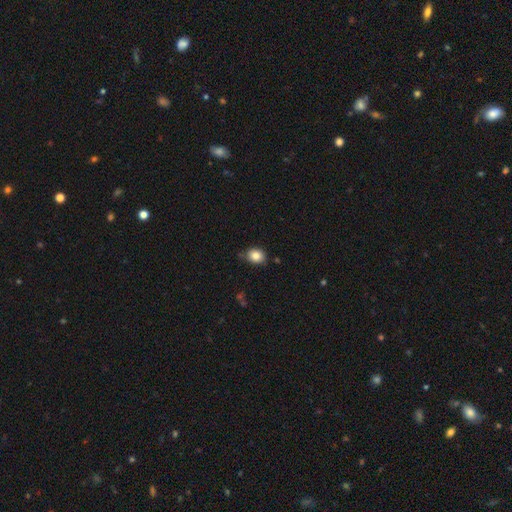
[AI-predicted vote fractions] Overall: smooth (84%). How rounded: round (50%; in between 49%). Merging: none (76%).